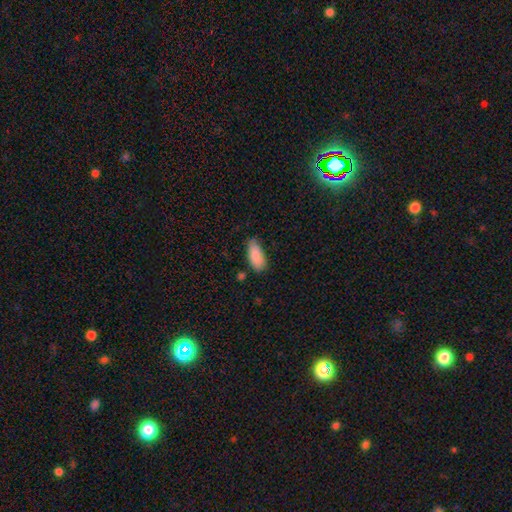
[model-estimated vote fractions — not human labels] Smooth or featured? smooth (88%)
How rounded? in between (86%)
Merging? none (74%)